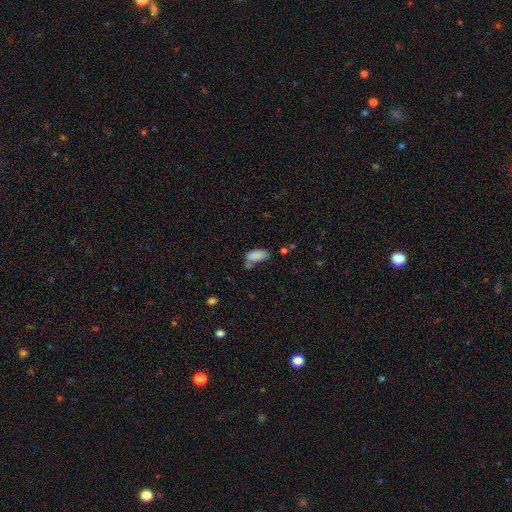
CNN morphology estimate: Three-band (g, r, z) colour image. It shows a smooth galaxy with no disk features (84%) that is in between round and cigar-shaped (88%). Merging: none (49%).